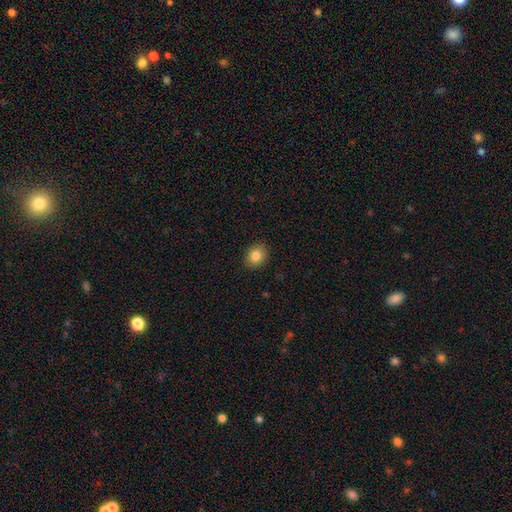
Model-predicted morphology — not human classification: smooth-or-featured: smooth: 84% | star or artifact: 9% | featured or disk: 7%
  how-rounded: round: 59% | in between: 41% | cigar-shaped: 1%
  merging: none: 90% | minor disturbance: 7% | major disturbance: 2% | merger: 1%